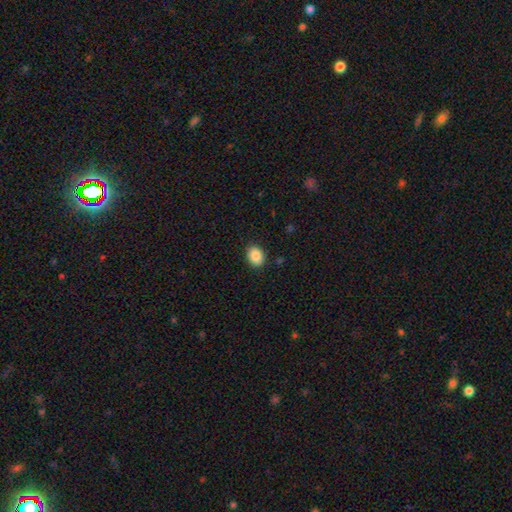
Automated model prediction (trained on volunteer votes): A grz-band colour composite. It shows a smooth galaxy with no disk features (88%) that is in between round and cigar-shaped (63%). Merging: none (89%).